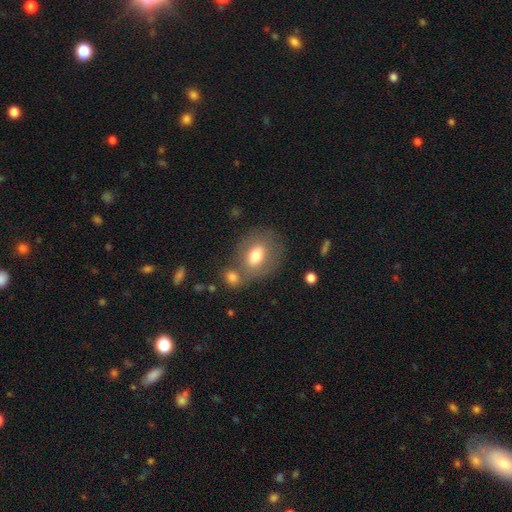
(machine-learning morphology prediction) smooth_or_featured: smooth (p=0.70) [alt: featured or disk p=0.22]
how_rounded: in between (p=0.69) [alt: round p=0.29]
merging: none (p=0.53) [alt: merger p=0.25]